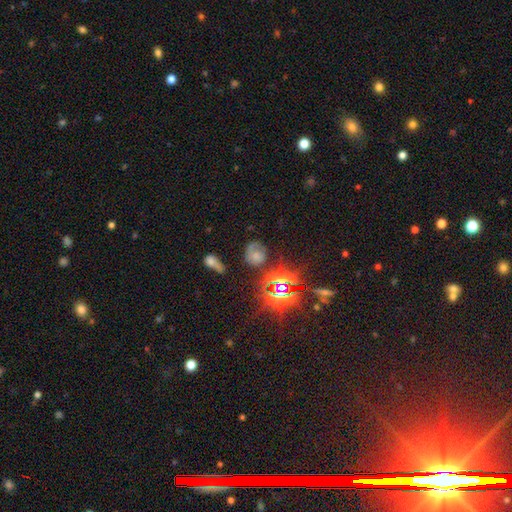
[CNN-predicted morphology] smooth 48%, star or artifact 28%, featured or disk 24%. Down the decision tree: merging — none (48%).